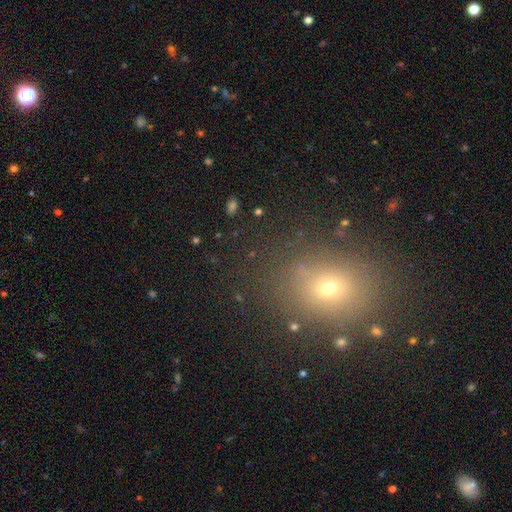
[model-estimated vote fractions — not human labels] This appears to be a smooth galaxy with no disk features (59%) that is round (51%). Merging: none (85%).